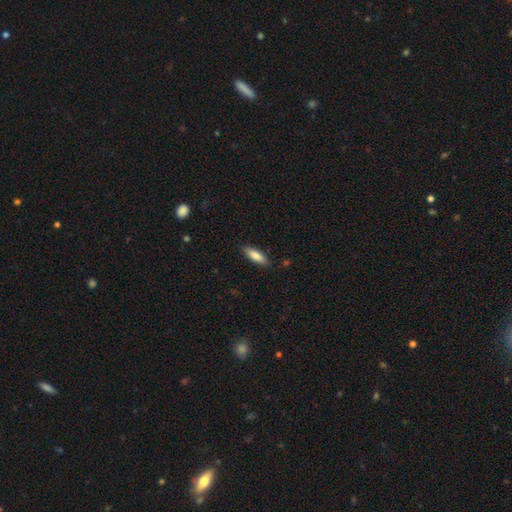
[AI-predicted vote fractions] Smooth or featured: smooth — 84% (featured or disk — 10%)
How rounded: in between — 53% (cigar-shaped — 45%)
Merging: none — 87% (minor disturbance — 10%)